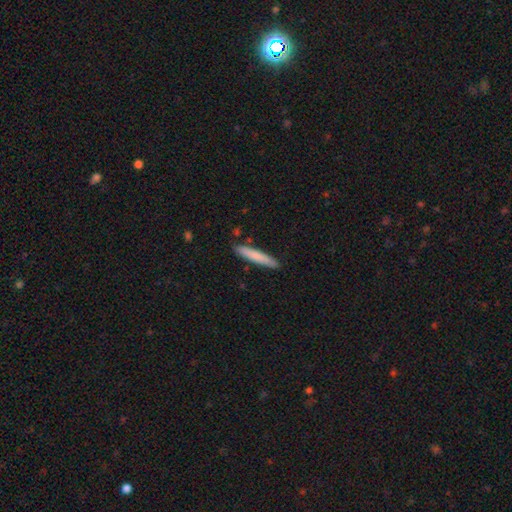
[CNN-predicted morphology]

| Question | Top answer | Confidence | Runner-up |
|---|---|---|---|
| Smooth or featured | smooth | 77% | featured or disk (17%) |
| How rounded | cigar-shaped | 93% | in between (6%) |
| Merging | none | 88% | minor disturbance (8%) |